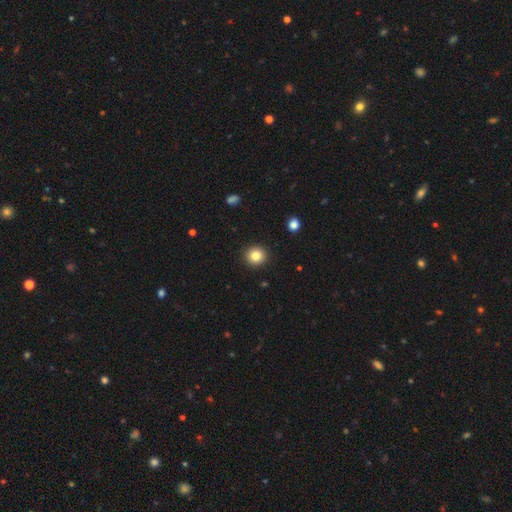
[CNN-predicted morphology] smooth_or_featured: smooth (p=0.83) [alt: star or artifact p=0.11]
how_rounded: round (p=0.92) [alt: in between p=0.07]
merging: none (p=0.92) [alt: minor disturbance p=0.05]